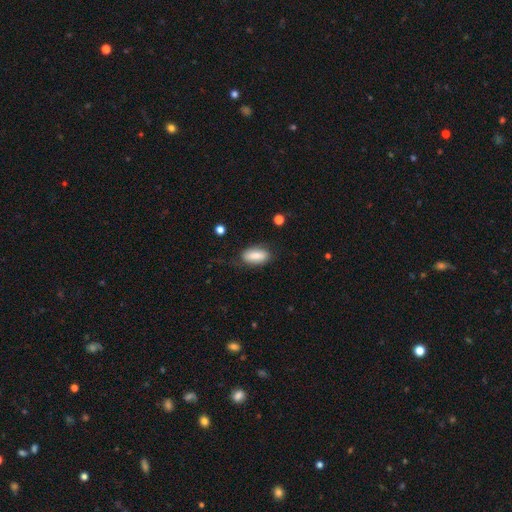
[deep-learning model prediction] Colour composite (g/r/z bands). It shows a smooth galaxy with no disk features (78%) that is in between round and cigar-shaped (88%). Merging: none (72%).